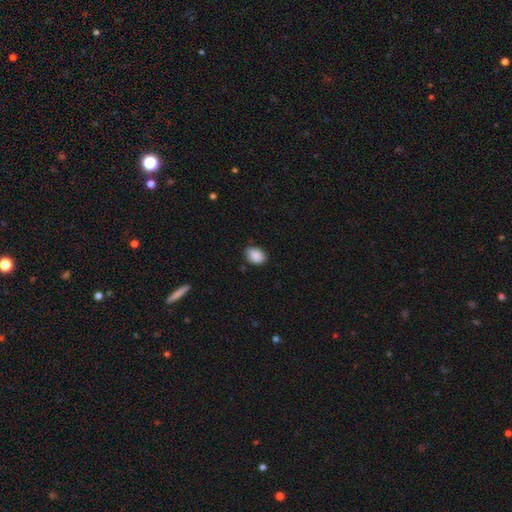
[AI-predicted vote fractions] A smooth galaxy with no disk features (89%) that is in between round and cigar-shaped (78%). Merging: none (79%).